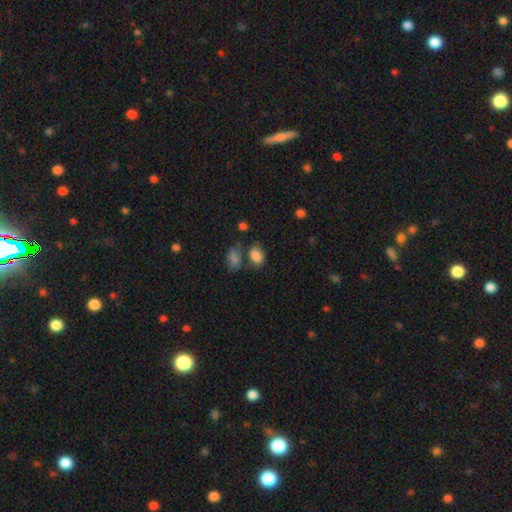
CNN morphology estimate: smooth_or_featured: smooth (p=0.84) [alt: star or artifact p=0.10]
how_rounded: in between (p=0.85) [alt: round p=0.13]
merging: none (p=0.51) [alt: merger p=0.23]